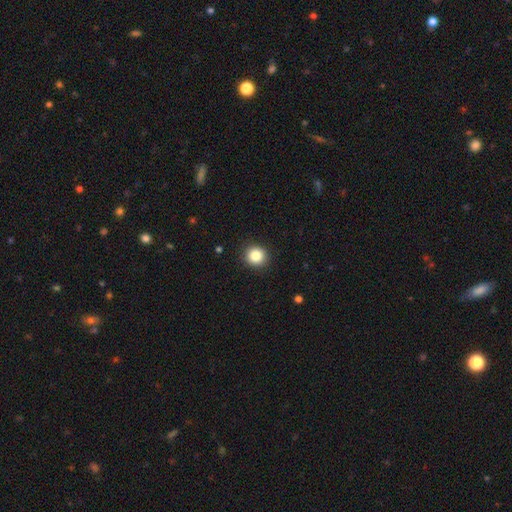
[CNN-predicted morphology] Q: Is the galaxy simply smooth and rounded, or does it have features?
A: smooth — 85%.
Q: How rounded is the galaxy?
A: round — 92%.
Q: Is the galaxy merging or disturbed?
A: none — 92%.